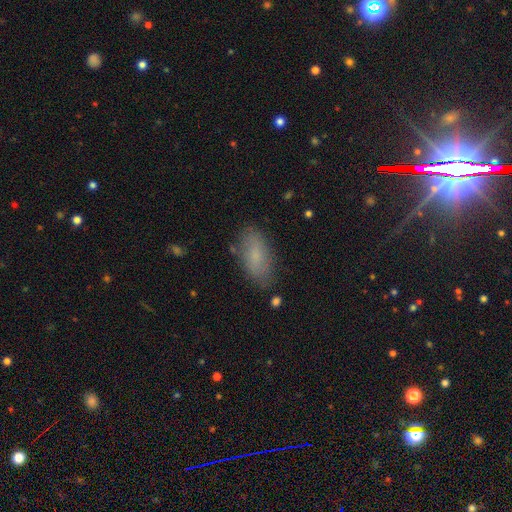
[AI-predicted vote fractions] Smooth or featured?
  - smooth: 74% *
  - featured or disk: 18%
  - star or artifact: 8%
How rounded?
  - in between: 87% *
  - cigar-shaped: 10%
  - round: 3%
Merging?
  - none: 79% *
  - minor disturbance: 15%
  - major disturbance: 4%
  - merger: 2%